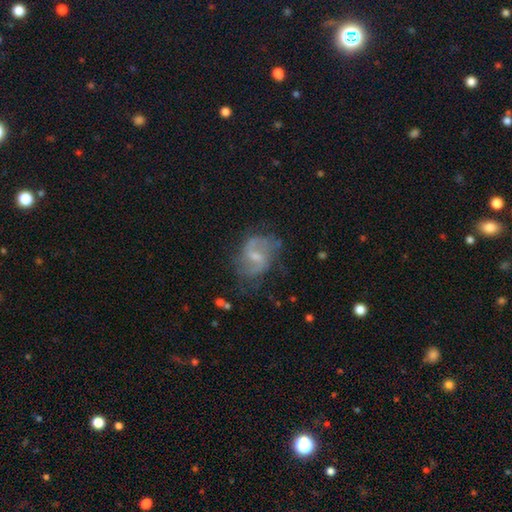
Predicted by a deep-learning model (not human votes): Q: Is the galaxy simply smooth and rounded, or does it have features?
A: featured or disk — 73%.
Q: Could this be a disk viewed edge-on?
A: no — 97%.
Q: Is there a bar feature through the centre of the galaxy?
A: weak — 59%.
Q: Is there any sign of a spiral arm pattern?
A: yes — 87%.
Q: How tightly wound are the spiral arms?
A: loose — 45%.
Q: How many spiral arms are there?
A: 2 — 80%.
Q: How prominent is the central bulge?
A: small — 50%.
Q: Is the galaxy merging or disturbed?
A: none — 59%.